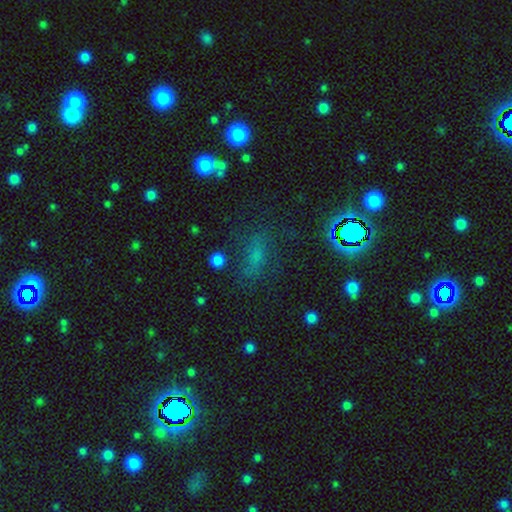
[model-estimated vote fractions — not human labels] Smooth or featured? Predicted: smooth (p=0.45). Merging? Predicted: none (p=0.66).